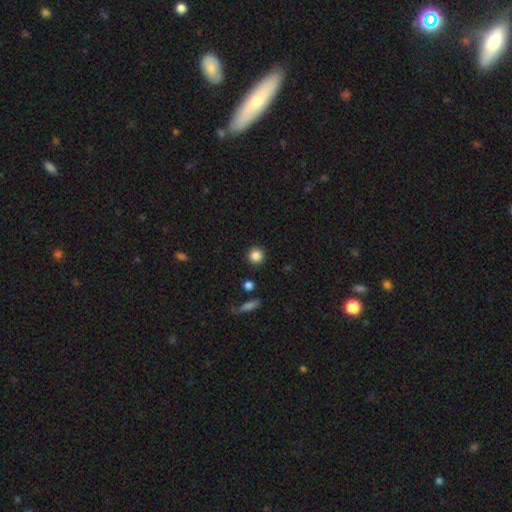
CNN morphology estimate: smooth_or_featured: smooth (p=0.86) [alt: star or artifact p=0.10]
how_rounded: round (p=0.94) [alt: in between p=0.05]
merging: none (p=0.90) [alt: minor disturbance p=0.06]